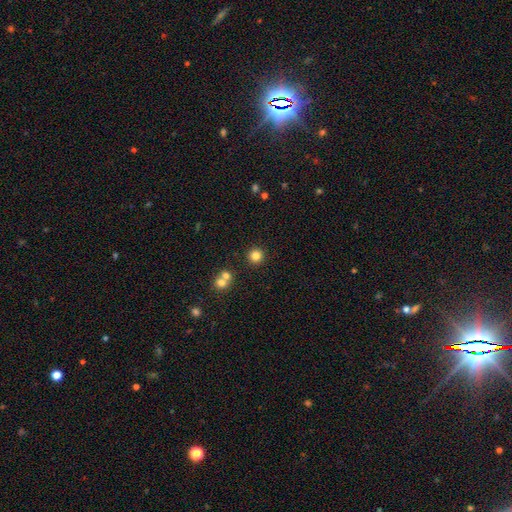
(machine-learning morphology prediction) smooth-or-featured: smooth: 81% | star or artifact: 13% | featured or disk: 6%
  how-rounded: round: 95% | in between: 4% | cigar-shaped: 1%
  merging: none: 87% | merger: 5% | minor disturbance: 5% | major disturbance: 2%